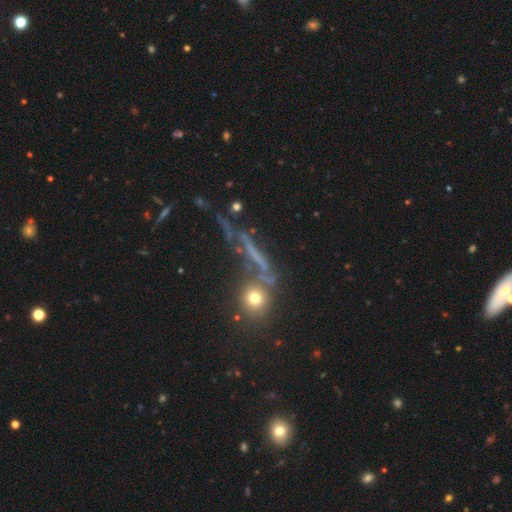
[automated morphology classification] The model was most divided on "smooth or featured": featured or disk: 37%, smooth: 33%, star or artifact: 30%. More confident: merging — none (59%).